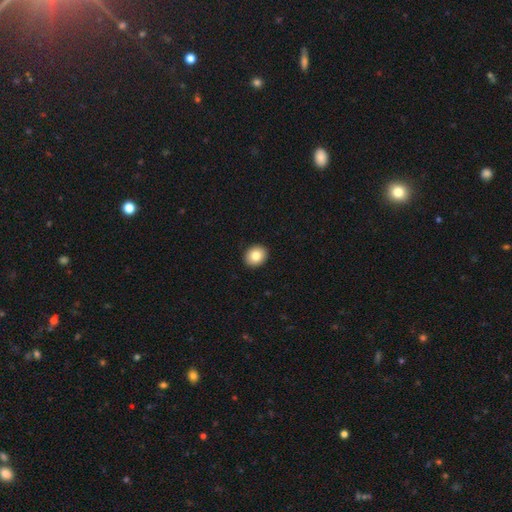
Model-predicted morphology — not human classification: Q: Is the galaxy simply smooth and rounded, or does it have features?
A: smooth — 82%.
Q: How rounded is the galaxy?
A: round — 66%.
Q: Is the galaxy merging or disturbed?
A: none — 93%.